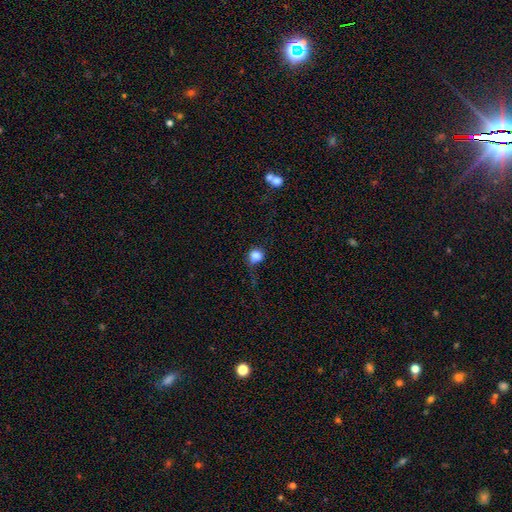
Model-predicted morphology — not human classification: Q: Smooth or featured?
A: smooth (79%); runner-up: star or artifact (12%)
Q: How rounded?
A: round (75%); runner-up: in between (24%)
Q: Merging?
A: none (44%); runner-up: minor disturbance (26%)